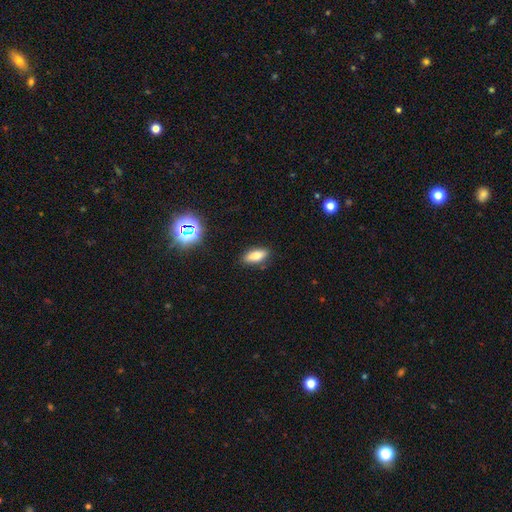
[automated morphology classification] This is likely a smooth galaxy (74%). How rounded: likely in between (80%). Merging: clearly none (86%).